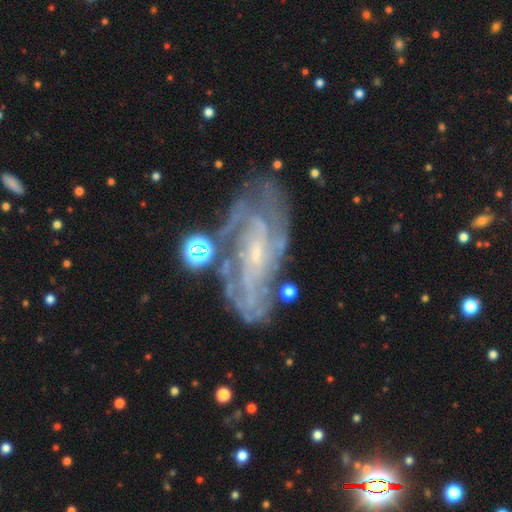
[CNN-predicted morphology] Smooth or featured: featured or disk — 83% (smooth — 9%)
Edge-on disk: no — 92% (yes — 8%)
Bar: no — 48% (weak — 36%)
Spiral arms: yes — 93% (no — 7%)
Spiral winding: tight — 62% (medium — 29%)
Spiral arm count: can't tell — 40% (2 — 20%)
Bulge size: small — 81% (moderate — 10%)
Merging: none — 69% (minor disturbance — 18%)